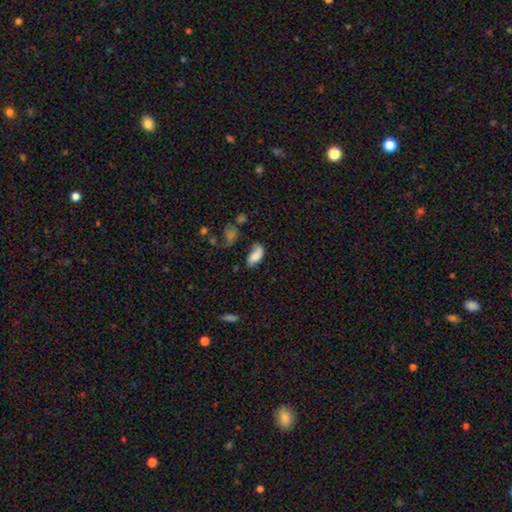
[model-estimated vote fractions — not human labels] smooth-or-featured: smooth: 76% | featured or disk: 15% | star or artifact: 9%
  how-rounded: in between: 90% | cigar-shaped: 7% | round: 4%
  merging: none: 45% | minor disturbance: 31% | major disturbance: 15% | merger: 9%